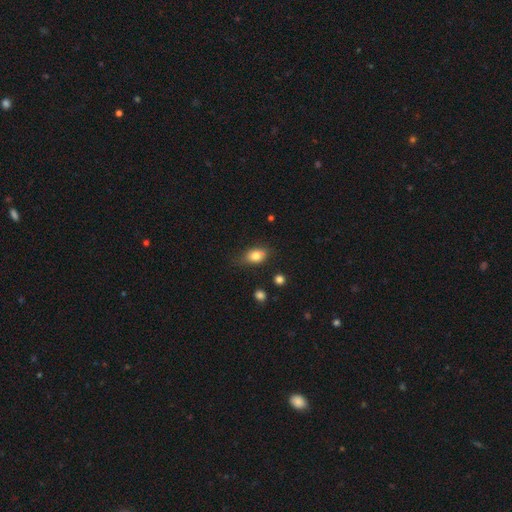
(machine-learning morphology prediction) Smooth or featured?
  - smooth: 79% *
  - featured or disk: 12%
  - star or artifact: 9%
How rounded?
  - in between: 78% *
  - round: 19%
  - cigar-shaped: 3%
Merging?
  - none: 69% *
  - minor disturbance: 24%
  - major disturbance: 5%
  - merger: 2%